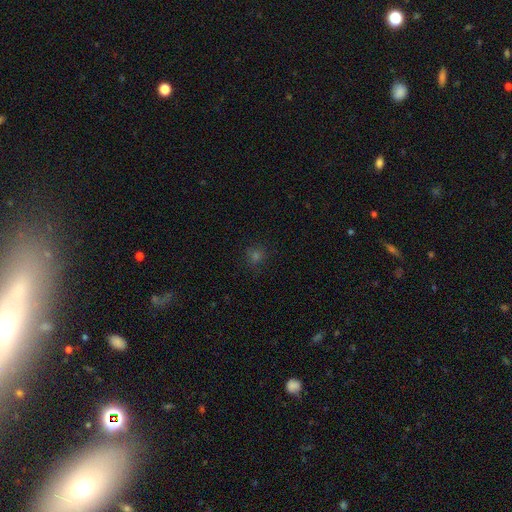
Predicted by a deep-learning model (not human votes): A smooth galaxy with no disk features (59%) that is round (90%). Merging: none (86%).